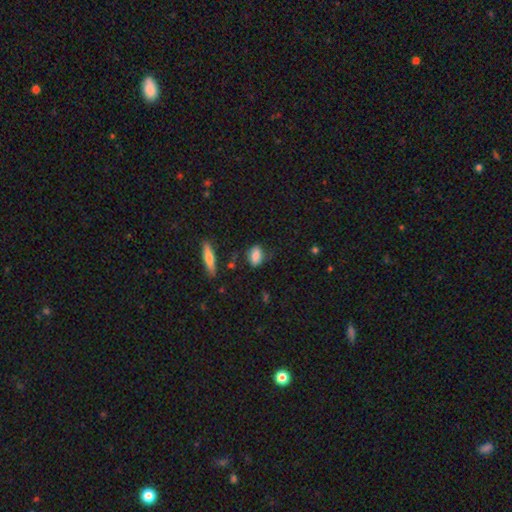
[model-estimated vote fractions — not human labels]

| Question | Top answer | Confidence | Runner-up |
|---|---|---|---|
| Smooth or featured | smooth | 81% | featured or disk (11%) |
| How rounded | in between | 84% | round (11%) |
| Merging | none | 65% | minor disturbance (25%) |